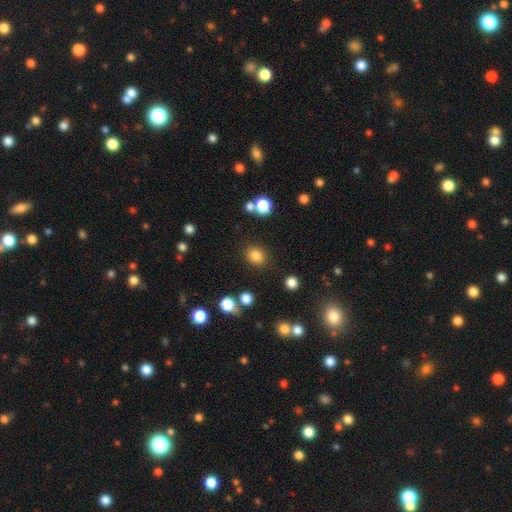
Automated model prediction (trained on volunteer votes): Q: Smooth or featured?
A: smooth (84%); runner-up: star or artifact (12%)
Q: How rounded?
A: round (72%); runner-up: in between (27%)
Q: Merging?
A: none (86%); runner-up: minor disturbance (8%)